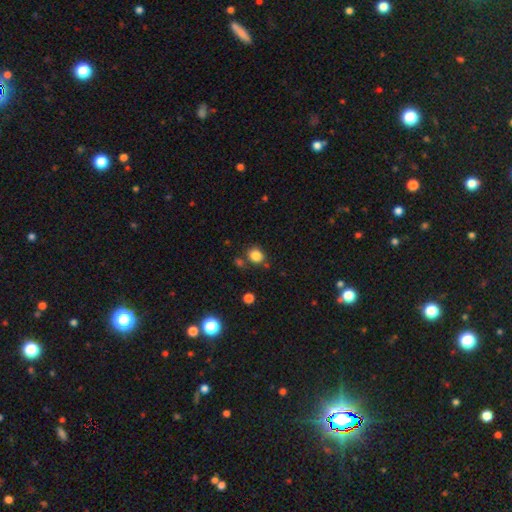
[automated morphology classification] A smooth galaxy with no disk features (84%) that is round (73%).

Vote fractions:
- Smooth or featured? smooth: 84% / star or artifact: 12% / featured or disk: 4%
- How rounded? round: 73% / in between: 26% / cigar-shaped: 1%
- Merging? none: 76% / minor disturbance: 12% / merger: 8% / major disturbance: 4%